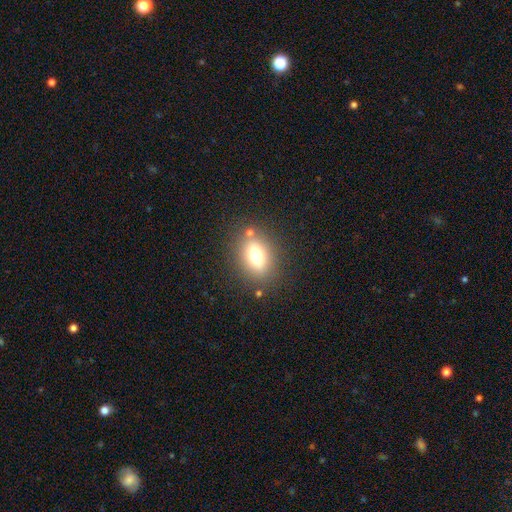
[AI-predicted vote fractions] Overall: smooth (69%). How rounded: in between (69%). Merging: none (78%).